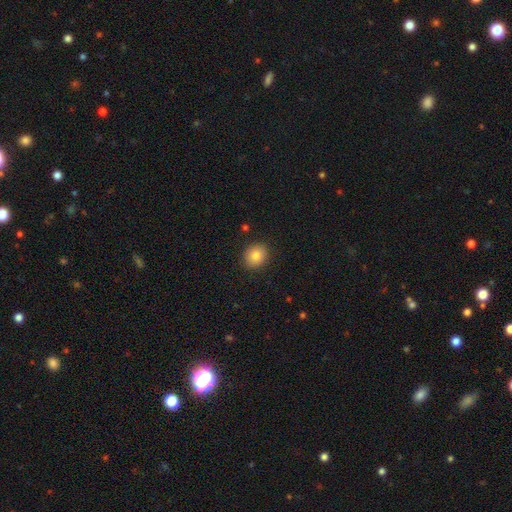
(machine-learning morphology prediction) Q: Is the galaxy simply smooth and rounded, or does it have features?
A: smooth — 84%.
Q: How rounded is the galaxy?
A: round — 75%.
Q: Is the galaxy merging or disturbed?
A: none — 90%.